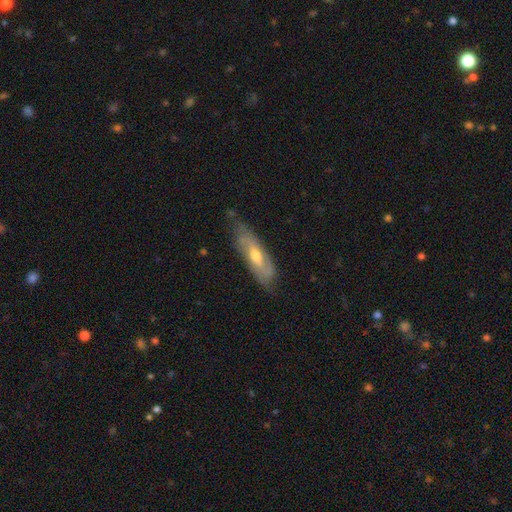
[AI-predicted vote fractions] Overall: featured or disk (64%; smooth 30%). Edge-on disk: no (65%; yes 35%). Merging: none (69%).